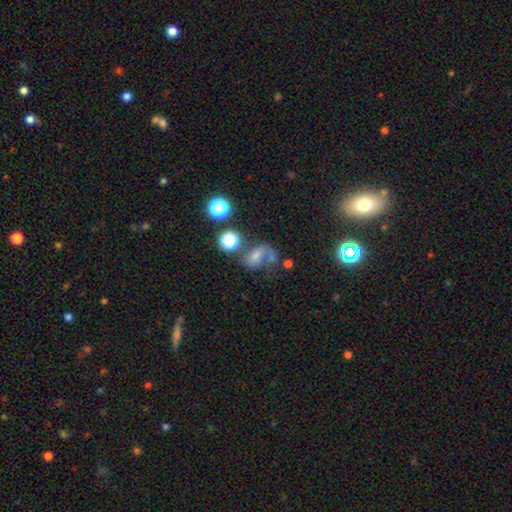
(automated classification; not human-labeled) Smooth or featured?
  - featured or disk: 39% *
  - smooth: 37%
  - star or artifact: 23%
Merging?
  - none: 34% *
  - major disturbance: 26%
  - merger: 23%
  - minor disturbance: 17%